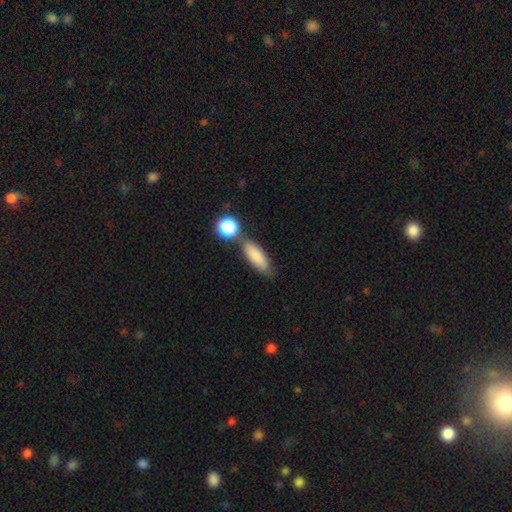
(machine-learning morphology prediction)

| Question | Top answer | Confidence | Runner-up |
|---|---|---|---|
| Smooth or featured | smooth | 83% | featured or disk (9%) |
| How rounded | in between | 62% | cigar-shaped (34%) |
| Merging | none | 64% | merger (18%) |